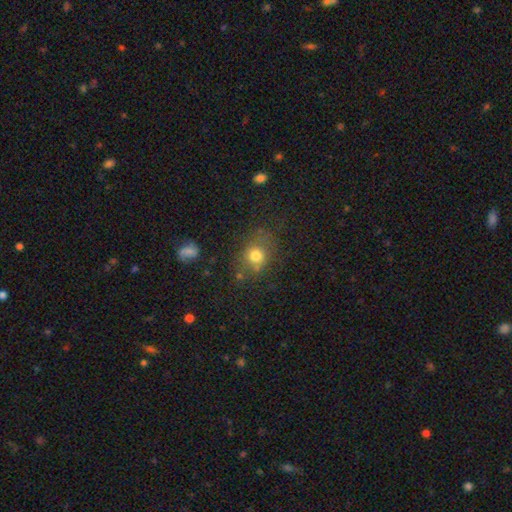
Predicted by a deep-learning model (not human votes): smooth_or_featured: smooth (p=0.74) [alt: star or artifact p=0.15]
how_rounded: round (p=0.71) [alt: in between p=0.28]
merging: none (p=0.68) [alt: minor disturbance p=0.18]